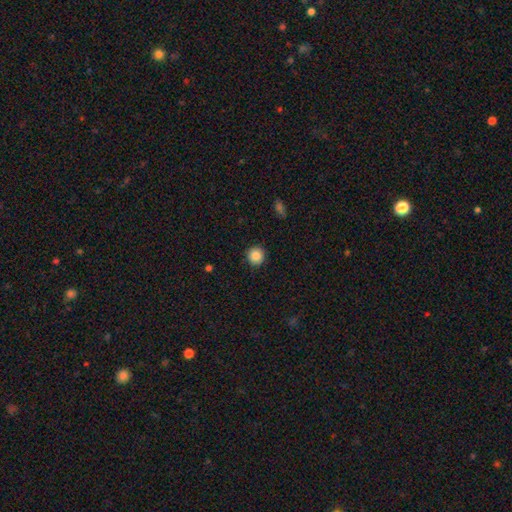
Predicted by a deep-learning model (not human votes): Smooth or featured?
  - smooth: 86% *
  - star or artifact: 9%
  - featured or disk: 5%
How rounded?
  - round: 94% *
  - in between: 5%
  - cigar-shaped: 1%
Merging?
  - none: 90% *
  - minor disturbance: 7%
  - major disturbance: 2%
  - merger: 1%